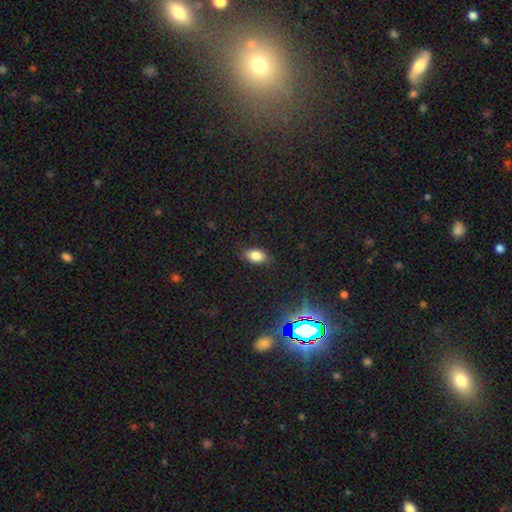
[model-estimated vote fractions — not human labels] This is clearly a smooth galaxy (82%). How rounded: clearly in between (89%). Merging: clearly none (84%).